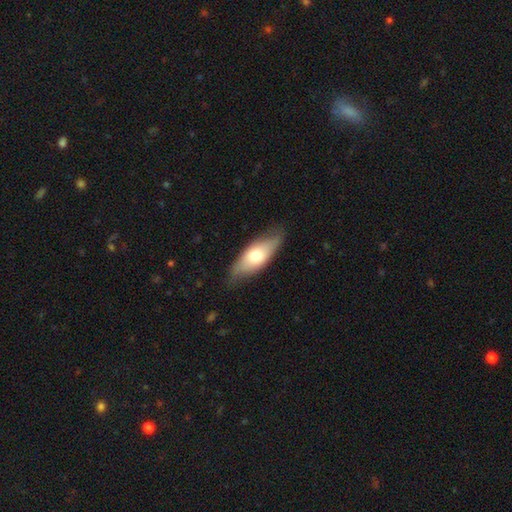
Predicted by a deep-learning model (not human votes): This is likely a smooth galaxy (61%). How rounded: likely in between (73%). Merging: likely none (77%).